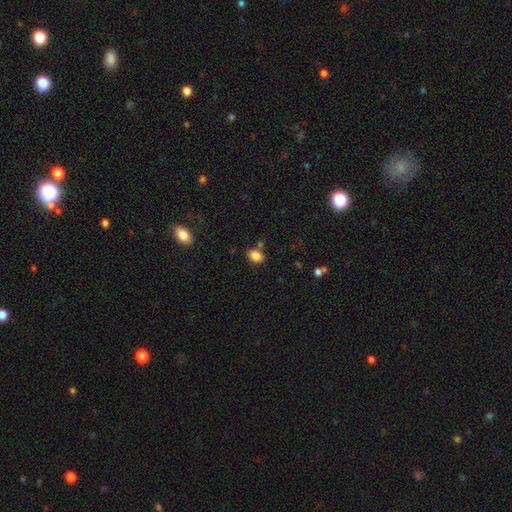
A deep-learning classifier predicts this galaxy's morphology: Q: Smooth or featured?
A: smooth (85%); runner-up: star or artifact (10%)
Q: How rounded?
A: in between (76%); runner-up: round (22%)
Q: Merging?
A: none (73%); runner-up: minor disturbance (14%)